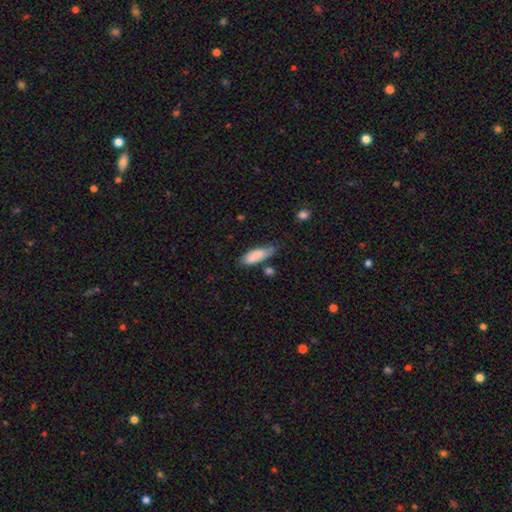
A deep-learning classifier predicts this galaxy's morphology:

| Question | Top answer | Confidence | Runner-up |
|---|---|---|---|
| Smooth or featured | smooth | 82% | featured or disk (11%) |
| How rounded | in between | 63% | cigar-shaped (35%) |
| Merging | none | 60% | minor disturbance (27%) |